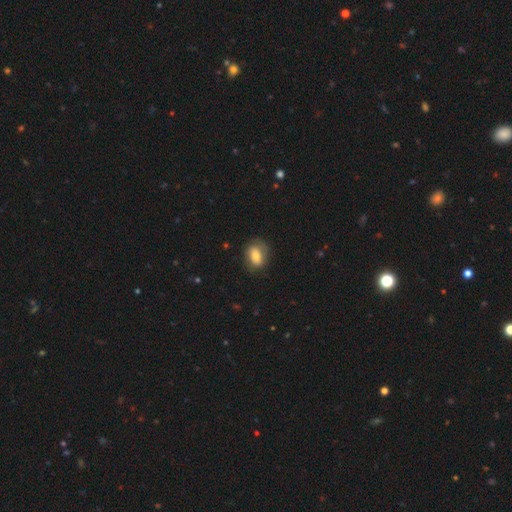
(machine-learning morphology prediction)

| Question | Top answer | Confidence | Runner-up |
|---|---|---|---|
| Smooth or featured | smooth | 63% | featured or disk (30%) |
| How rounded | in between | 77% | round (21%) |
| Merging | none | 72% | minor disturbance (19%) |